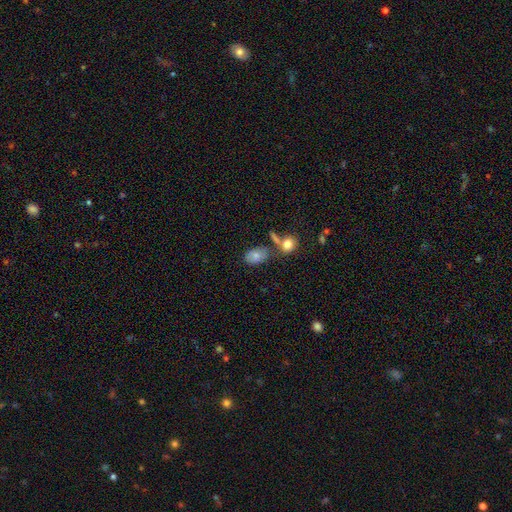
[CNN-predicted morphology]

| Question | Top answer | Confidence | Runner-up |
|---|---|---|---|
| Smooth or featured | smooth | 73% | featured or disk (17%) |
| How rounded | in between | 83% | round (16%) |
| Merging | none | 53% | merger (21%) |